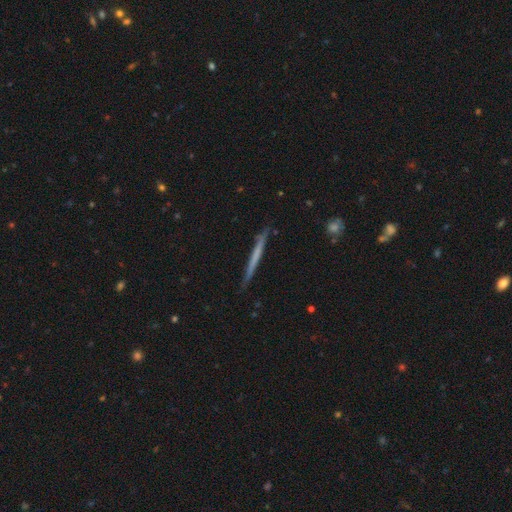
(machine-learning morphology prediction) A smooth galaxy with no disk features (49%).

Vote fractions:
- Smooth or featured? smooth: 49% / featured or disk: 46% / star or artifact: 5%
- Merging? none: 87% / minor disturbance: 10% / major disturbance: 2% / merger: 1%